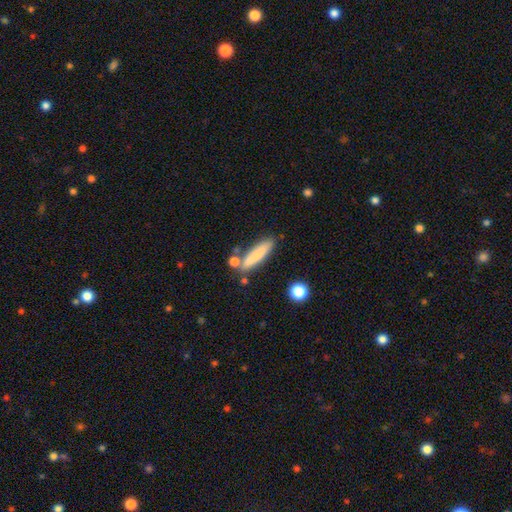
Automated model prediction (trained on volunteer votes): smooth-or-featured: smooth: 76% | featured or disk: 17% | star or artifact: 7%
  how-rounded: cigar-shaped: 78% | in between: 20% | round: 2%
  merging: none: 69% | minor disturbance: 15% | merger: 12% | major disturbance: 4%